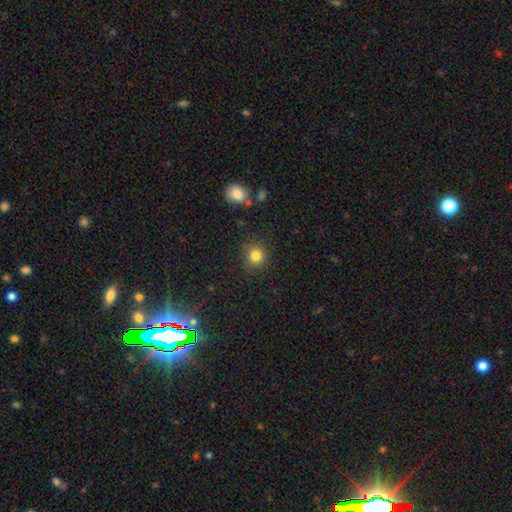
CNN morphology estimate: smooth 83%, star or artifact 12%, featured or disk 5%. Down the decision tree: how rounded — round (90%); merging — none (86%).